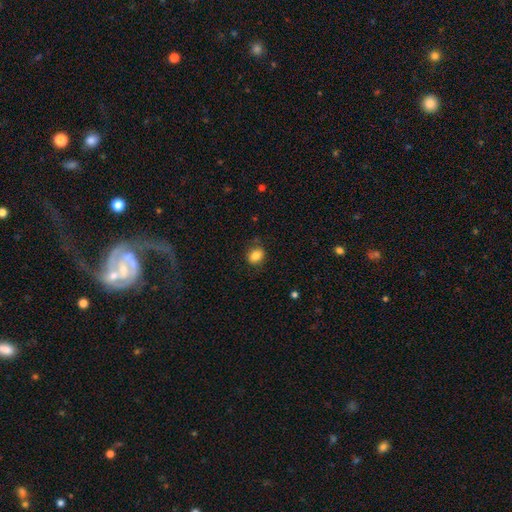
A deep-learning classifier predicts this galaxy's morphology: Overall: smooth (84%). How rounded: round (59%; in between 41%). Merging: none (84%).